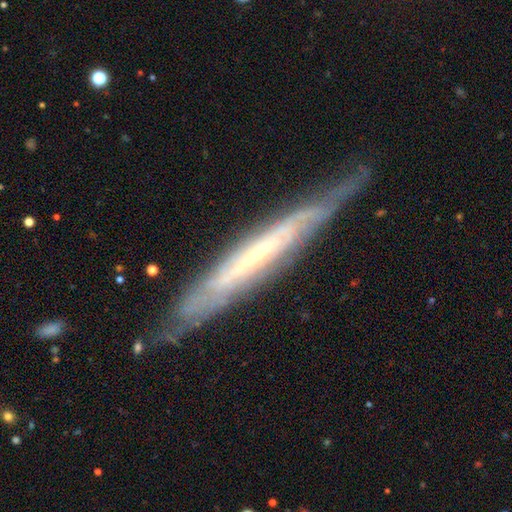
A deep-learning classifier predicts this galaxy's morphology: Smooth or featured?
  - featured or disk: 80% *
  - smooth: 13%
  - star or artifact: 6%
Edge-on disk?
  - yes: 66% *
  - no: 34%
Edge-on bulge?
  - none: 65% *
  - rounded: 27%
  - boxy: 8%
Merging?
  - none: 70% *
  - minor disturbance: 21%
  - major disturbance: 7%
  - merger: 2%